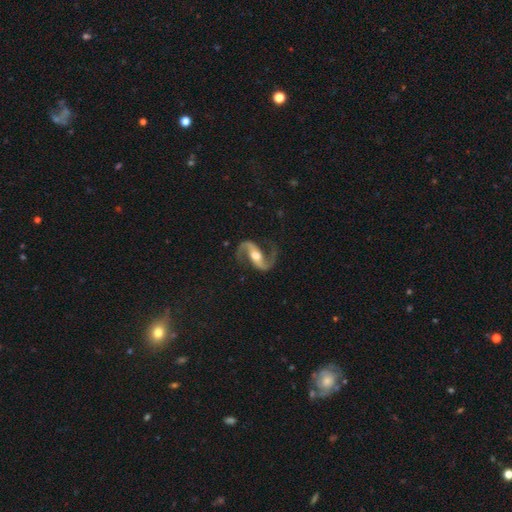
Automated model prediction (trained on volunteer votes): A featured or disk galaxy (92%) with a strong bar (42%), 2 (94%) loose (51%) spiral arms (98%) and a moderate central bulge (68%).

Vote fractions:
- Smooth or featured? featured or disk: 92% / star or artifact: 4% / smooth: 4%
- Edge-on disk? no: 97% / yes: 3%
- Bar? strong: 42% / weak: 34% / no: 24%
- Spiral arms? yes: 98% / no: 2%
- Spiral winding? loose: 51% / medium: 42% / tight: 8%
- Spiral arm count? 2: 94% / 1: 1% / can't tell: 1% / 3: 1% / 4: 1% / more than 4: 1%
- Bulge size? moderate: 68% / large: 15% / small: 13% / none: 2% / dominant: 2%
- Merging? none: 81% / minor disturbance: 11% / major disturbance: 7% / merger: 1%